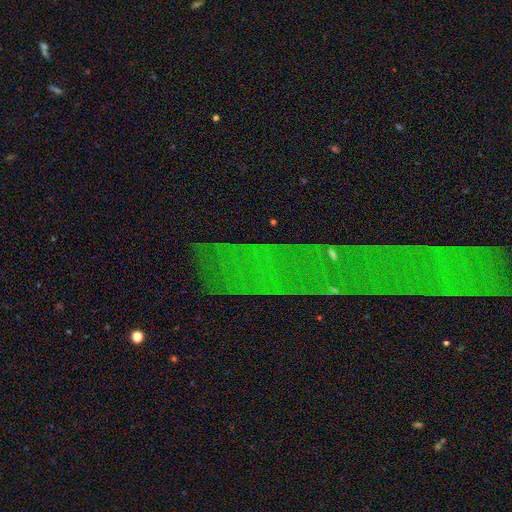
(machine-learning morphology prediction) This appears to be a star or artifact, not a galaxy (68%).